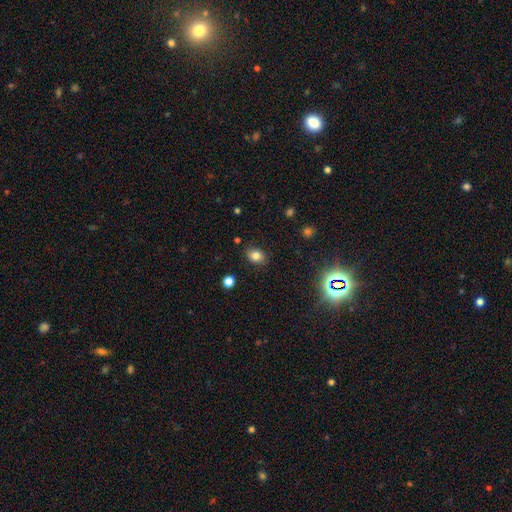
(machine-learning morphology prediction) Q: Smooth or featured?
A: smooth (79%); runner-up: star or artifact (13%)
Q: How rounded?
A: in between (61%); runner-up: round (38%)
Q: Merging?
A: none (84%); runner-up: minor disturbance (12%)